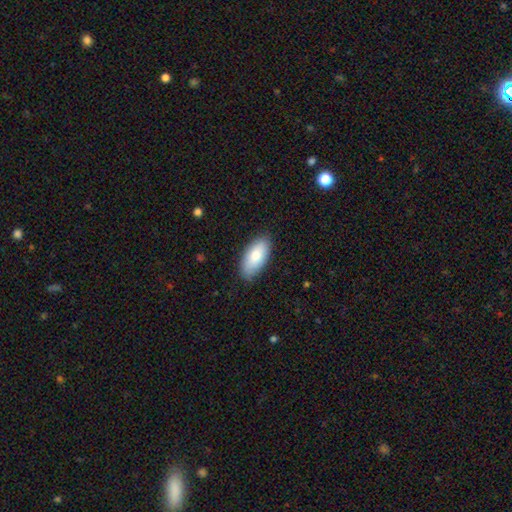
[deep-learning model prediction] smooth-or-featured: smooth: 81% | featured or disk: 13% | star or artifact: 6%
  how-rounded: in between: 92% | cigar-shaped: 6% | round: 2%
  merging: none: 84% | minor disturbance: 12% | major disturbance: 2% | merger: 1%